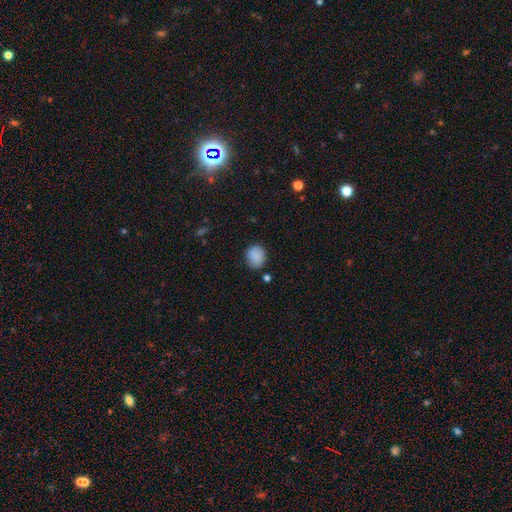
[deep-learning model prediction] Smooth or featured?
  - smooth: 87% *
  - star or artifact: 8%
  - featured or disk: 5%
How rounded?
  - round: 74% *
  - in between: 25%
  - cigar-shaped: 1%
Merging?
  - none: 81% *
  - minor disturbance: 13%
  - major disturbance: 3%
  - merger: 2%